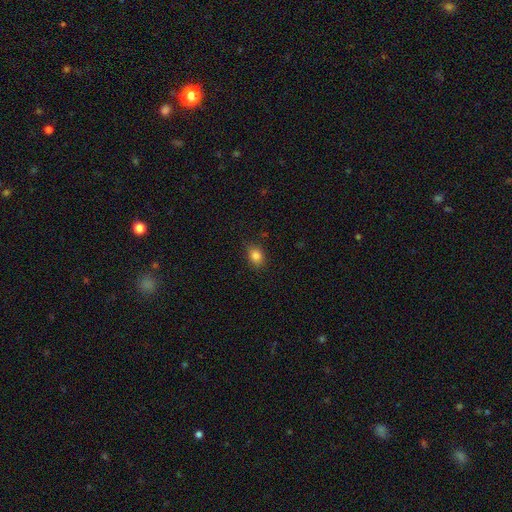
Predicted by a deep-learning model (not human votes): Smooth or featured? Predicted: smooth (p=0.84). How rounded? Predicted: in between (p=0.55). Merging? Predicted: none (p=0.79).